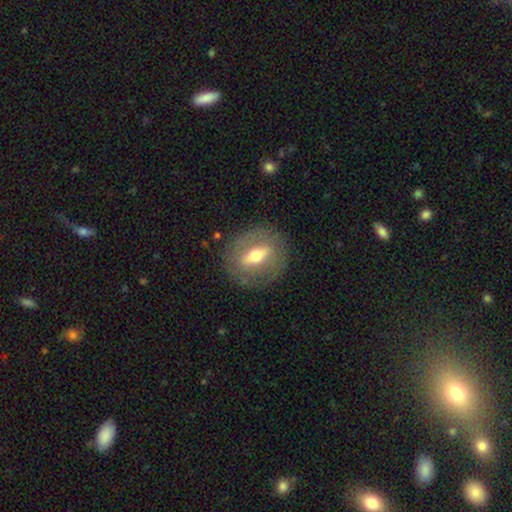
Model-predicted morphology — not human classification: This appears to be a featured or disk galaxy (63%). Merging: none (83%).